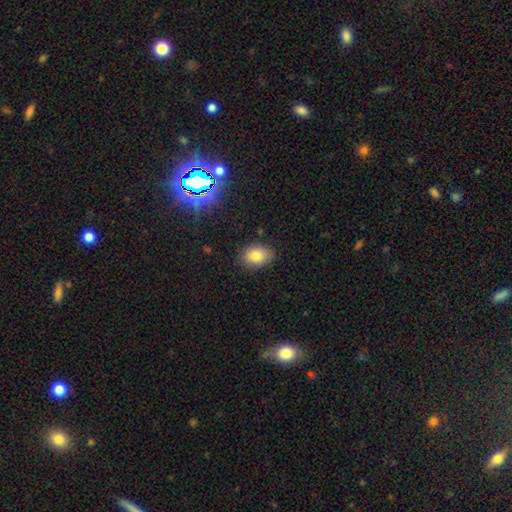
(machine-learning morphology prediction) Smooth or featured? Predicted: smooth (p=0.80). How rounded? Predicted: in between (p=0.73). Merging? Predicted: none (p=0.83).